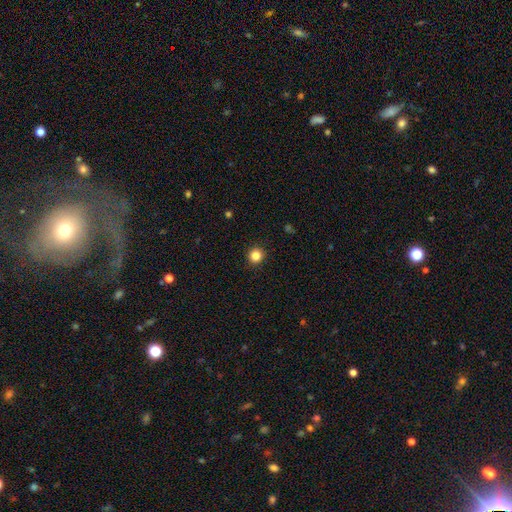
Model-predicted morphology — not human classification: smooth-or-featured: smooth: 85% | star or artifact: 11% | featured or disk: 4%
  how-rounded: round: 95% | in between: 4% | cigar-shaped: 1%
  merging: none: 93% | minor disturbance: 4% | major disturbance: 2% | merger: 1%